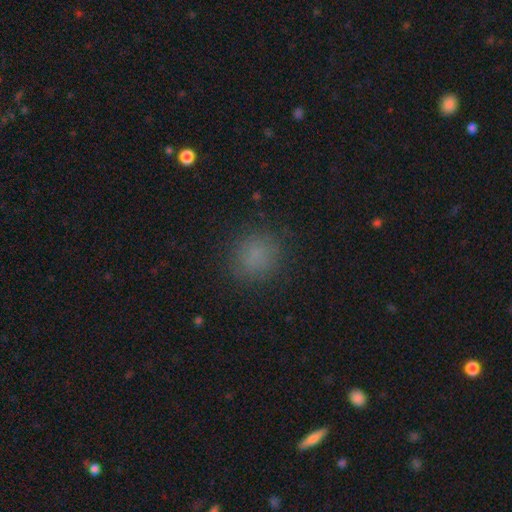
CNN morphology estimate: Smooth or featured: smooth — 77% (star or artifact — 17%)
How rounded: round — 86% (in between — 13%)
Merging: none — 84% (minor disturbance — 10%)